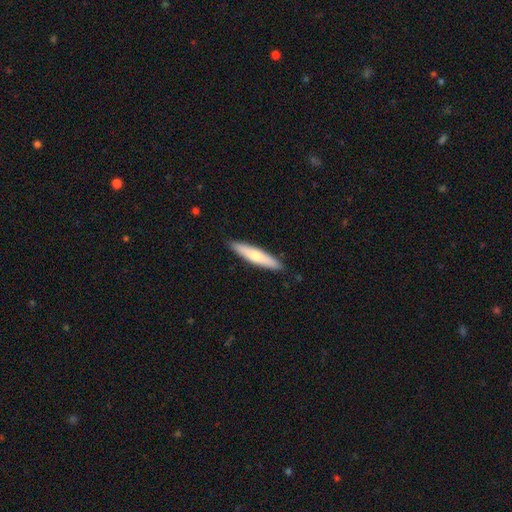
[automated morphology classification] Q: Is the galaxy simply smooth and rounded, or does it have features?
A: smooth — 66%.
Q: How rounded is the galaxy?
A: cigar-shaped — 85%.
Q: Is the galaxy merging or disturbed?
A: none — 90%.